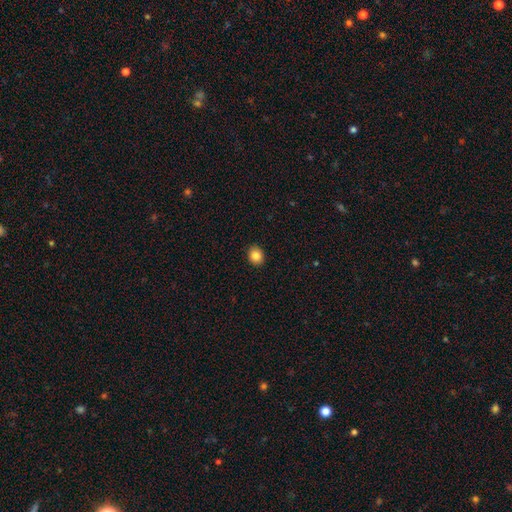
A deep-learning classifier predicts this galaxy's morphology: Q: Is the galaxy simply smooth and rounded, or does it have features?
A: smooth — 86%.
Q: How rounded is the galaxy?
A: round — 60%.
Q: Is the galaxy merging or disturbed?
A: none — 91%.